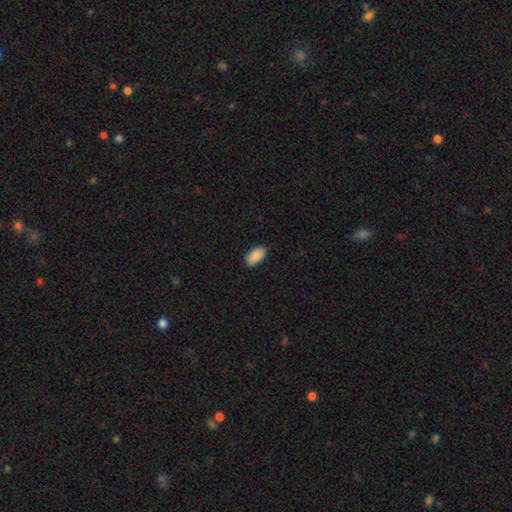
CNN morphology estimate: A smooth galaxy with no disk features (90%) that is in between round and cigar-shaped (95%).

Vote fractions:
- Smooth or featured? smooth: 90% / star or artifact: 7% / featured or disk: 4%
- How rounded? in between: 95% / round: 3% / cigar-shaped: 2%
- Merging? none: 89% / minor disturbance: 8% / major disturbance: 2% / merger: 1%